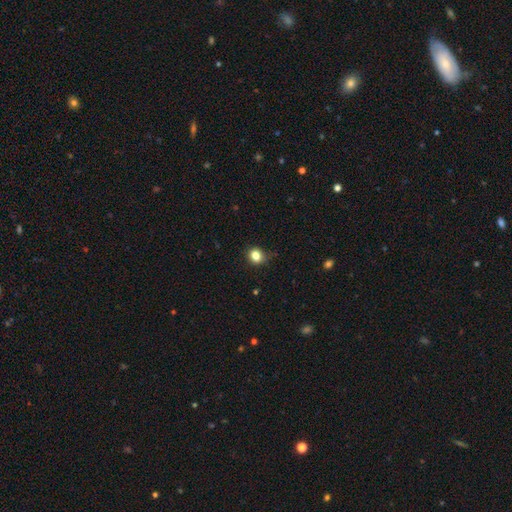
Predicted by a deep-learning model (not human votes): Overall: smooth (82%). How rounded: round (75%). Merging: none (79%).